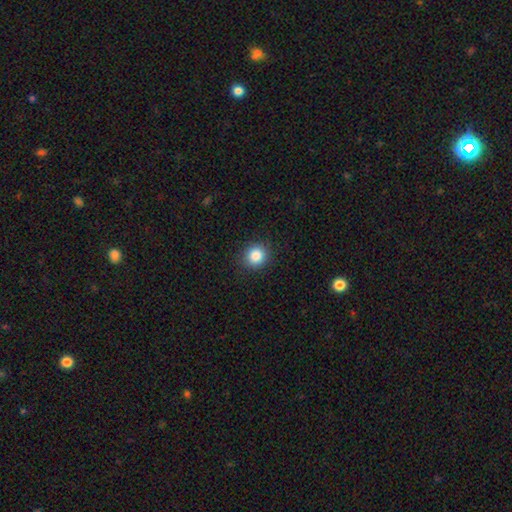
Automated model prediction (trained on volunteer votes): smooth_or_featured: smooth (p=0.86) [alt: star or artifact p=0.10]
how_rounded: round (p=0.88) [alt: in between p=0.11]
merging: none (p=0.90) [alt: minor disturbance p=0.07]